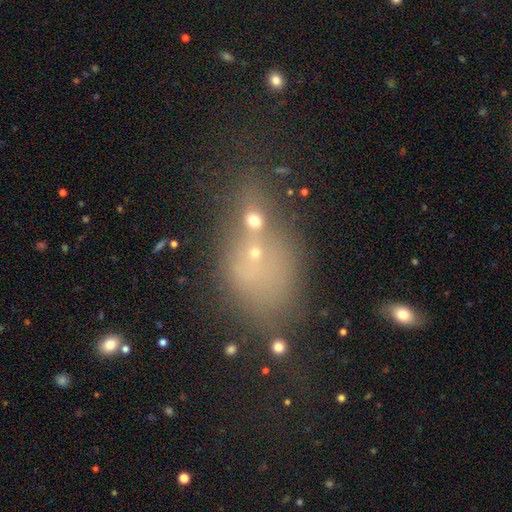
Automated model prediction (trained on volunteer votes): smooth 45%, star or artifact 35%, featured or disk 19%. Down the decision tree: merging — none (39%).